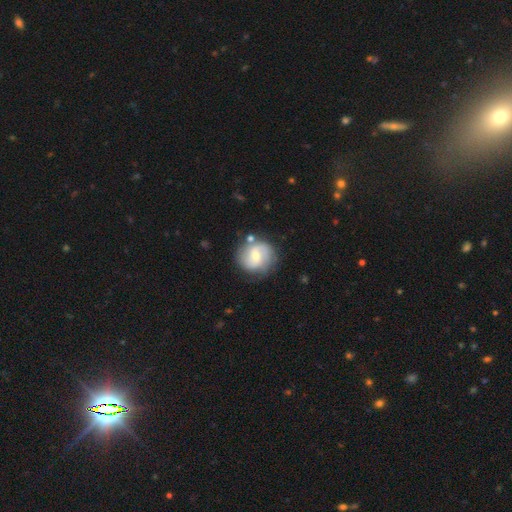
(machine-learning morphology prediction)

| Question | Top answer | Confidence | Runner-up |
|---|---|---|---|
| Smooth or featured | featured or disk | 58% | smooth (35%) |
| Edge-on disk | no | 97% | yes (3%) |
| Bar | weak | 46% | no (43%) |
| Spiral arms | yes | 85% | no (15%) |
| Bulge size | small | 52% | moderate (43%) |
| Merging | none | 71% | minor disturbance (16%) |